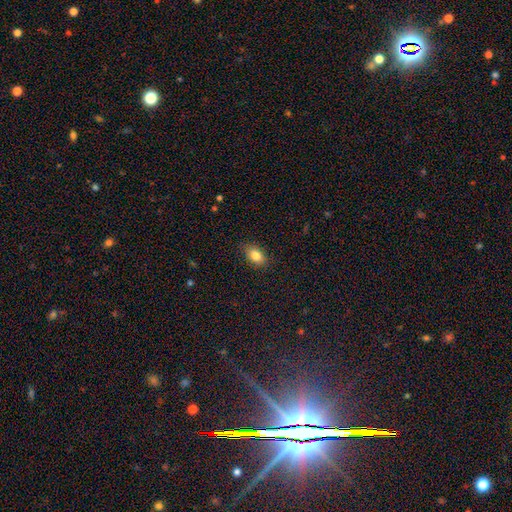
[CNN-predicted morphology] smooth_or_featured: smooth (p=0.83) [alt: star or artifact p=0.09]
how_rounded: in between (p=0.86) [alt: round p=0.12]
merging: none (p=0.84) [alt: minor disturbance p=0.13]